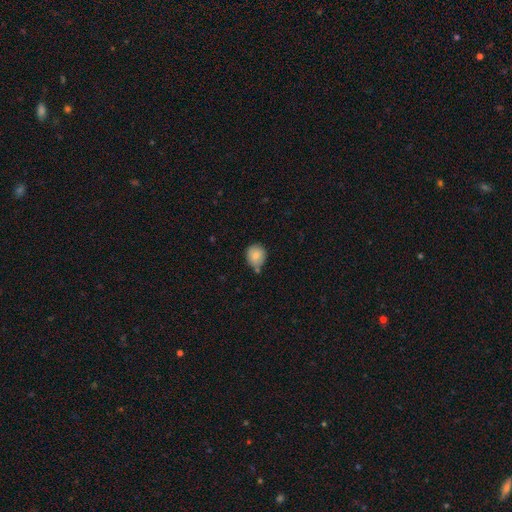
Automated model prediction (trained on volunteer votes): A smooth galaxy with no disk features (78%) that is round (80%).

Vote fractions:
- Smooth or featured? smooth: 78% / featured or disk: 13% / star or artifact: 9%
- How rounded? round: 80% / in between: 19% / cigar-shaped: 1%
- Merging? none: 68% / minor disturbance: 20% / merger: 9% / major disturbance: 3%